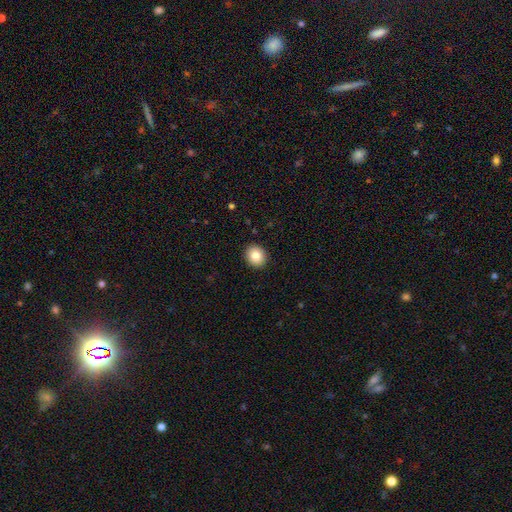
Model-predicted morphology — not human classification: A smooth galaxy with no disk features (84%) that is round (68%).

Vote fractions:
- Smooth or featured? smooth: 84% / star or artifact: 9% / featured or disk: 7%
- How rounded? round: 68% / in between: 31% / cigar-shaped: 1%
- Merging? none: 91% / minor disturbance: 6% / major disturbance: 2% / merger: 1%